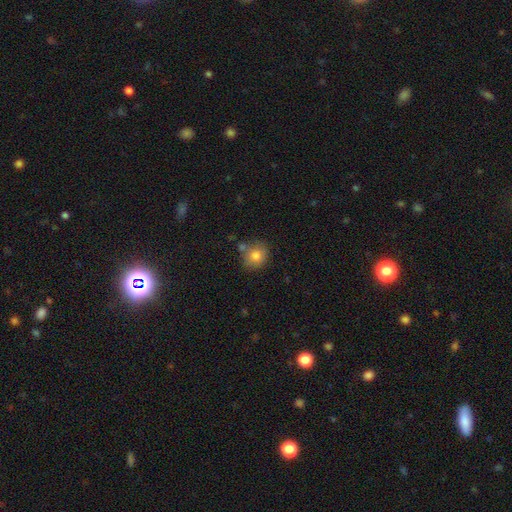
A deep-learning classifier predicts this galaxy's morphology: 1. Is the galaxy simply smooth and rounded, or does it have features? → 80% smooth, 11% featured or disk, 9% star or artifact.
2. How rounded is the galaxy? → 81% round, 18% in between, 1% cigar-shaped.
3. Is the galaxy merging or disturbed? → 67% none, 16% minor disturbance, 13% merger, 4% major disturbance.